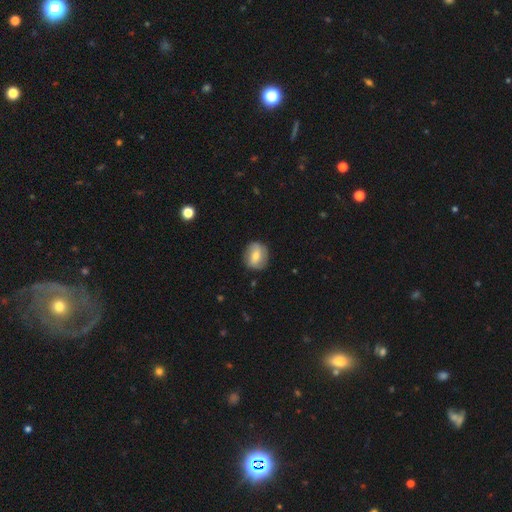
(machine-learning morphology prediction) Overall: smooth (59%; featured or disk 33%). How rounded: round (65%; in between 34%). Merging: none (80%).